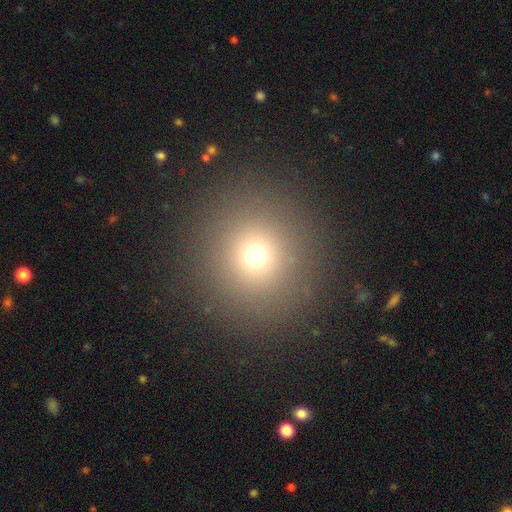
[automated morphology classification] A smooth galaxy with no disk features (70%) that is round (94%).

Vote fractions:
- Smooth or featured? smooth: 70% / star or artifact: 21% / featured or disk: 9%
- How rounded? round: 94% / in between: 5% / cigar-shaped: 1%
- Merging? none: 91% / minor disturbance: 5% / major disturbance: 3% / merger: 1%